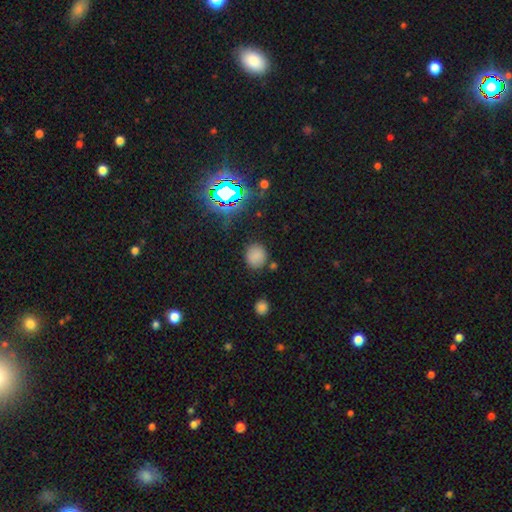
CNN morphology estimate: Smooth or featured? smooth (77%)
How rounded? round (84%)
Merging? none (82%)